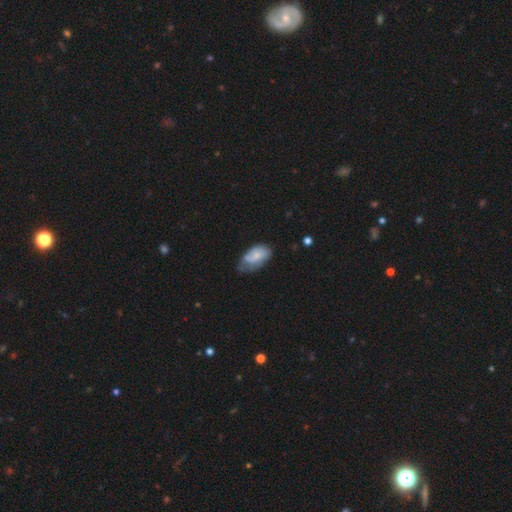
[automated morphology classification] smooth-or-featured: smooth: 62% | featured or disk: 31% | star or artifact: 7%
  how-rounded: in between: 93% | round: 4% | cigar-shaped: 3%
  merging: minor disturbance: 40% | none: 37% | major disturbance: 19% | merger: 3%